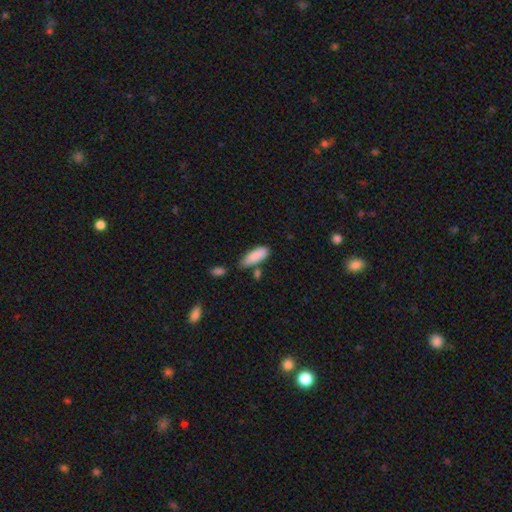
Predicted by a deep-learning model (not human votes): Overall: smooth (86%). How rounded: in between (68%; cigar-shaped 31%). Merging: none (57%; minor disturbance 26%).